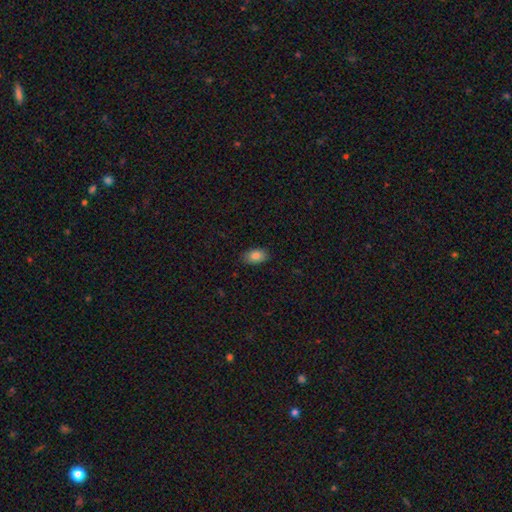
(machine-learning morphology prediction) Smooth or featured? smooth (86%)
How rounded? in between (92%)
Merging? none (84%)